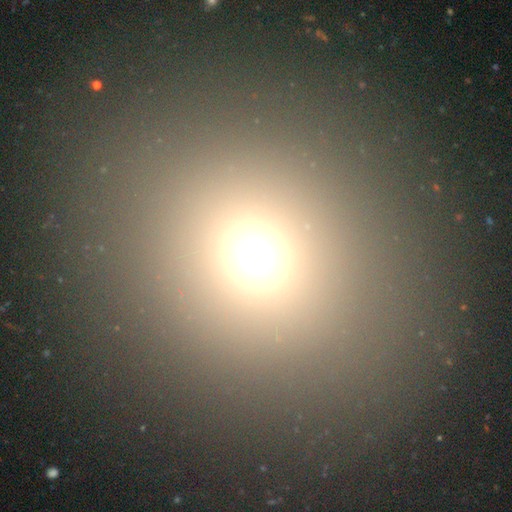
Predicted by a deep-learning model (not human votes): Smooth or featured?
  - smooth: 69% *
  - star or artifact: 23%
  - featured or disk: 8%
How rounded?
  - round: 86% *
  - in between: 13%
  - cigar-shaped: 1%
Merging?
  - none: 84% *
  - minor disturbance: 7%
  - major disturbance: 5%
  - merger: 4%